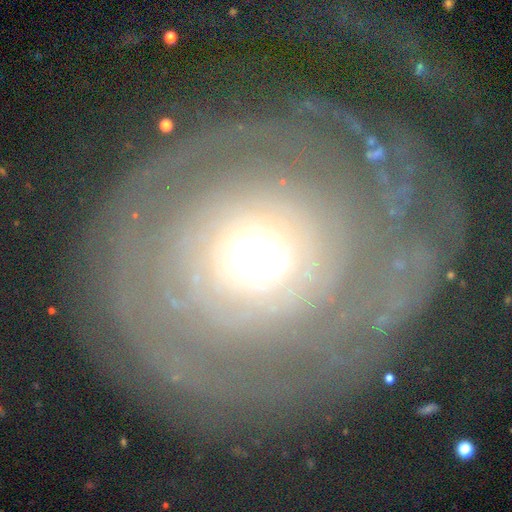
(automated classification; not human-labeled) Smooth or featured: featured or disk — 74% (smooth — 17%)
Edge-on disk: no — 96% (yes — 4%)
Bar: no — 82% (weak — 12%)
Spiral arms: yes — 71% (no — 29%)
Spiral winding: tight — 67% (medium — 21%)
Spiral arm count: can't tell — 42% (2 — 22%)
Bulge size: moderate — 55% (large — 22%)
Merging: none — 65% (major disturbance — 18%)